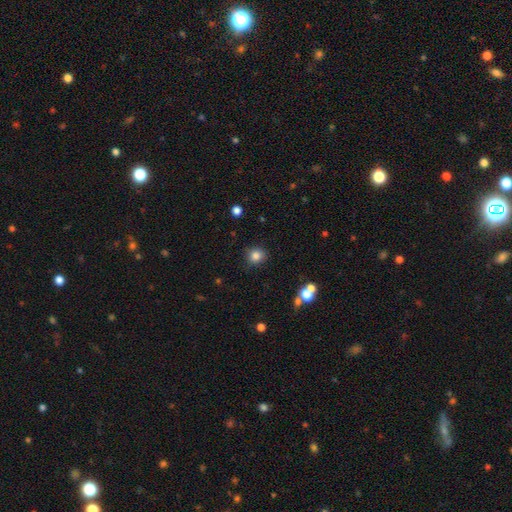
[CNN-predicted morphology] smooth 83%, star or artifact 12%, featured or disk 5%. Down the decision tree: how rounded — round (86%); merging — none (86%).